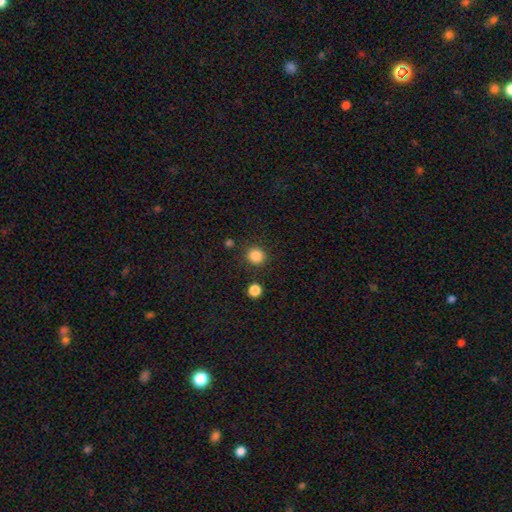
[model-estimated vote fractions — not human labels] Morphology: type=smooth (86%); roundness=round (89%); merging=none (87%).